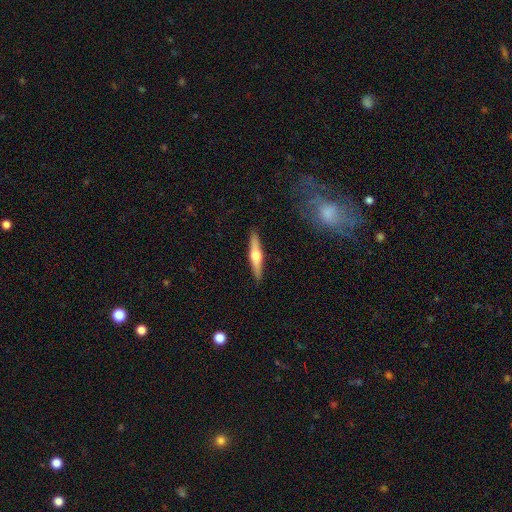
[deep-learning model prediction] Overall: featured or disk (57%; smooth 37%). Edge-on disk: yes (96%). Edge-on bulge: rounded (93%). Merging: none (90%).